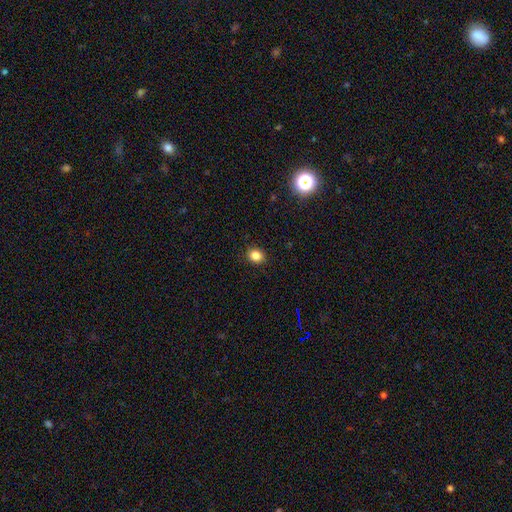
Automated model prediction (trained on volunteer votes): smooth_or_featured: smooth (p=0.83) [alt: star or artifact p=0.12]
how_rounded: round (p=0.65) [alt: in between p=0.34]
merging: none (p=0.90) [alt: minor disturbance p=0.07]